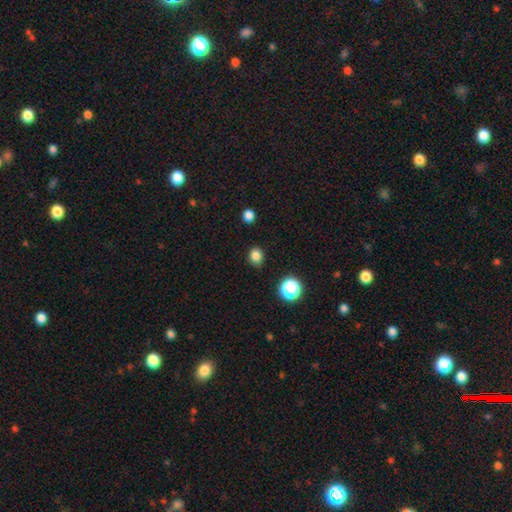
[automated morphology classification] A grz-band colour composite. It shows a smooth galaxy with no disk features (83%) that is round (70%). Merging: none (88%).